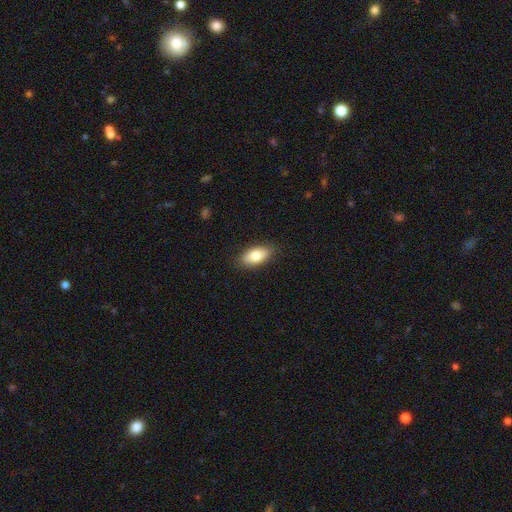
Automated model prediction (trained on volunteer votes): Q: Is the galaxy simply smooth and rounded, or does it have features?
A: smooth — 79%.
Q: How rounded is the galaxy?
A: in between — 91%.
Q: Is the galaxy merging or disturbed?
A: none — 87%.